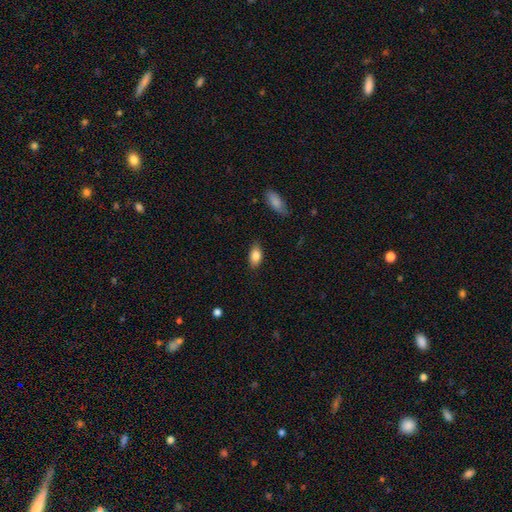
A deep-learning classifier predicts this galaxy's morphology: Overall: smooth (84%). How rounded: in between (90%). Merging: none (84%).